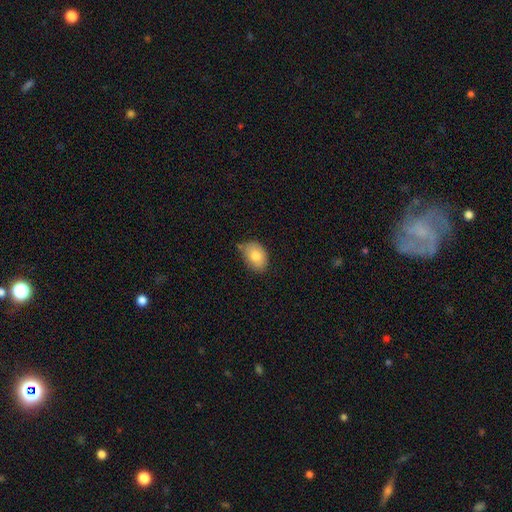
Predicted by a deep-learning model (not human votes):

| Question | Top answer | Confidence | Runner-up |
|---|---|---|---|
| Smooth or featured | smooth | 81% | featured or disk (12%) |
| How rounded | in between | 82% | round (17%) |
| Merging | none | 69% | minor disturbance (23%) |